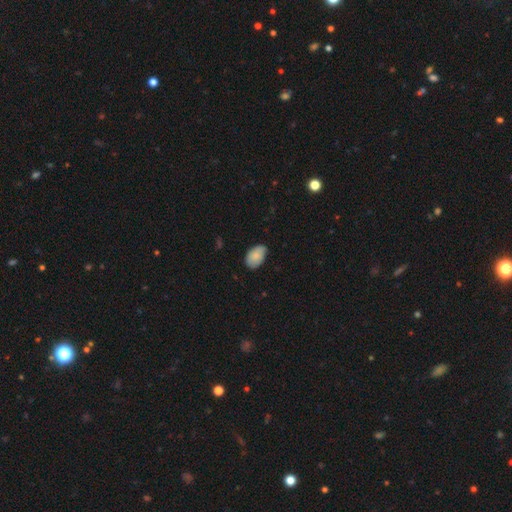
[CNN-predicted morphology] This appears to be a smooth galaxy with no disk features (84%) that is in between round and cigar-shaped (90%). Merging: none (65%).